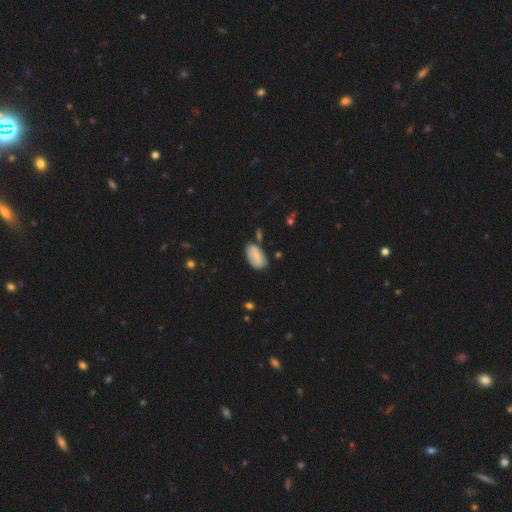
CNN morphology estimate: A smooth galaxy with no disk features (81%) that is in between round and cigar-shaped (94%).

Vote fractions:
- Smooth or featured? smooth: 81% / featured or disk: 12% / star or artifact: 7%
- How rounded? in between: 94% / round: 3% / cigar-shaped: 2%
- Merging? none: 66% / minor disturbance: 22% / merger: 7% / major disturbance: 5%